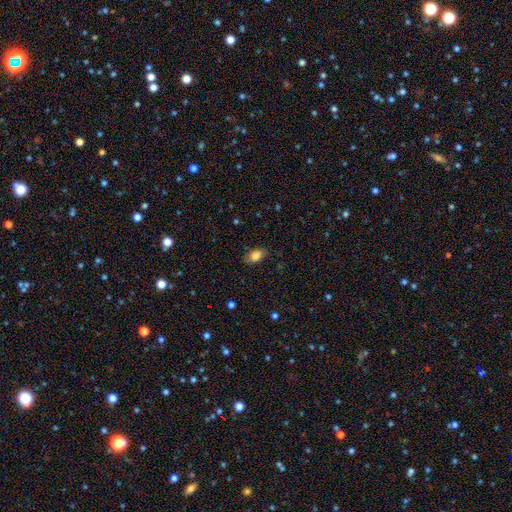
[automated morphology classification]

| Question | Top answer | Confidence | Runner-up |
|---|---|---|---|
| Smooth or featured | smooth | 83% | featured or disk (9%) |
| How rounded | in between | 87% | round (11%) |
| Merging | none | 81% | minor disturbance (15%) |